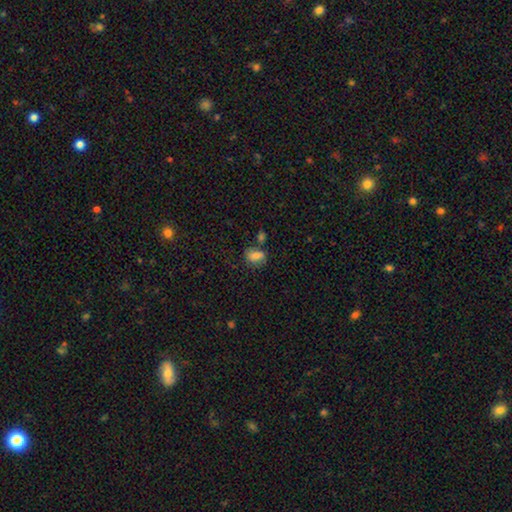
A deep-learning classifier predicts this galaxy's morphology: This is likely a smooth galaxy (75%). How rounded: likely in between (66%). Merging: likely none (61%).